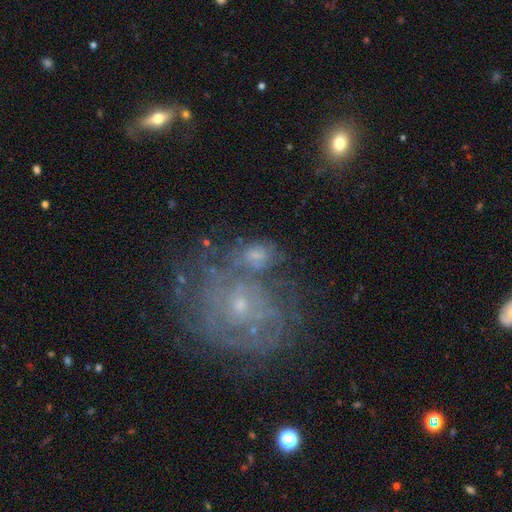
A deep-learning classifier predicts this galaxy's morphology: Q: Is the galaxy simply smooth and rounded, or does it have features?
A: featured or disk — 57%.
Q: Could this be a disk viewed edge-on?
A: no — 96%.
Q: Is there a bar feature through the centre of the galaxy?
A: no — 70%.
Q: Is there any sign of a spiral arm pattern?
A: yes — 69%.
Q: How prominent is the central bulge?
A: small — 50%.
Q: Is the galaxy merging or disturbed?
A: none — 42%.